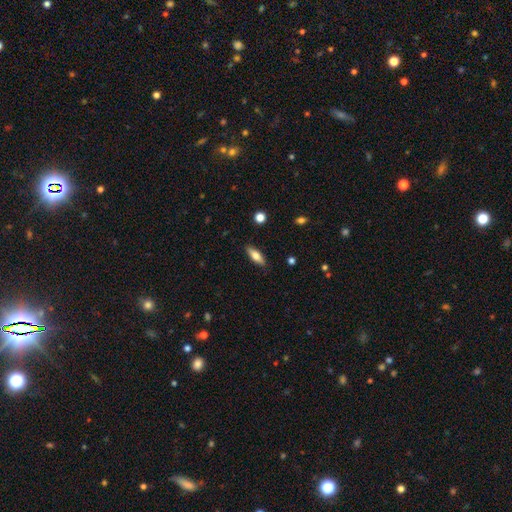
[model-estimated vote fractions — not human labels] smooth 70%, featured or disk 24%, star or artifact 7%. Down the decision tree: how rounded — in between (62%); merging — none (87%).